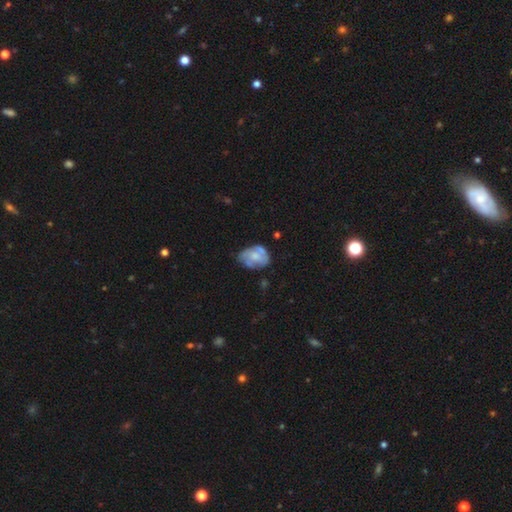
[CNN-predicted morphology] type=featured or disk (50%); edge-on=no (97%); merging=none (47%).